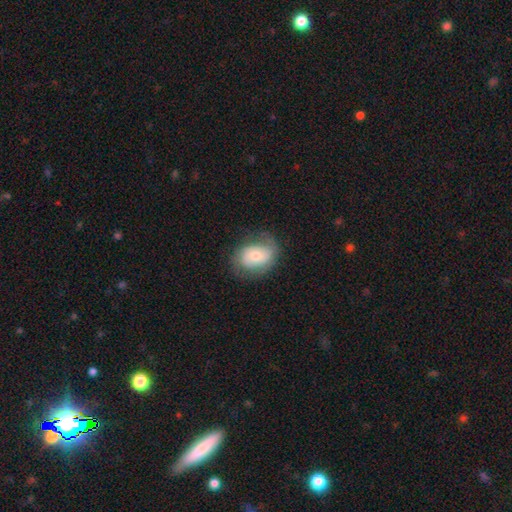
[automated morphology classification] Smooth or featured: smooth — 53% (featured or disk — 39%)
How rounded: in between — 63% (round — 36%)
Merging: none — 65% (minor disturbance — 22%)